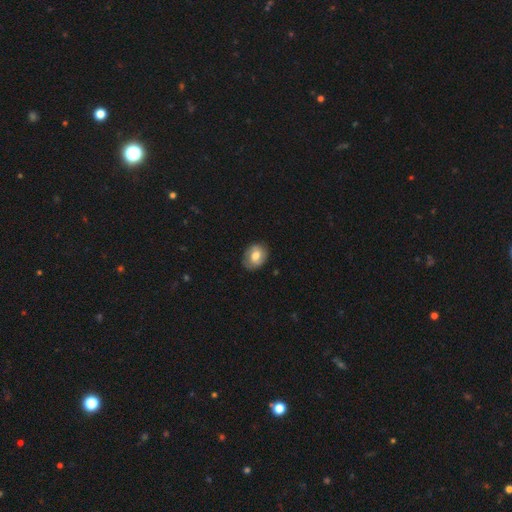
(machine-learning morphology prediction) smooth 64%, featured or disk 28%, star or artifact 8%. Down the decision tree: how rounded — in between (58%); merging — none (80%).